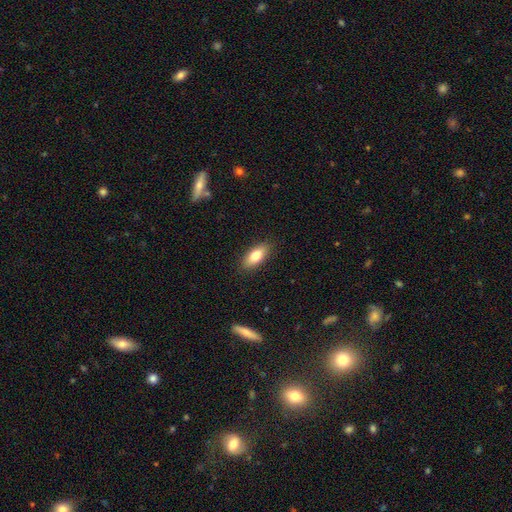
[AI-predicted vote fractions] The model was most divided on "smooth or featured": smooth: 77%, featured or disk: 16%, star or artifact: 7%. More confident: merging — none (87%); how rounded — in between (81%).